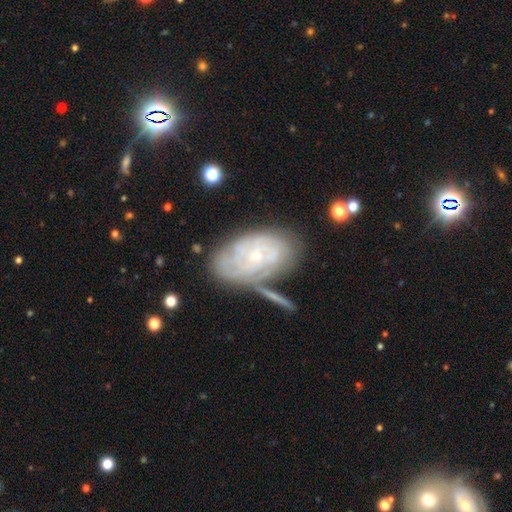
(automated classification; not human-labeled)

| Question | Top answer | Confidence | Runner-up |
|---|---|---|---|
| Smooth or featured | featured or disk | 76% | smooth (16%) |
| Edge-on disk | no | 94% | yes (6%) |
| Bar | no | 79% | weak (17%) |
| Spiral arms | yes | 84% | no (16%) |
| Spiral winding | tight | 73% | medium (21%) |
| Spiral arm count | can't tell | 55% | 2 (13%) |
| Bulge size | small | 78% | moderate (18%) |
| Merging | none | 60% | minor disturbance (20%) |